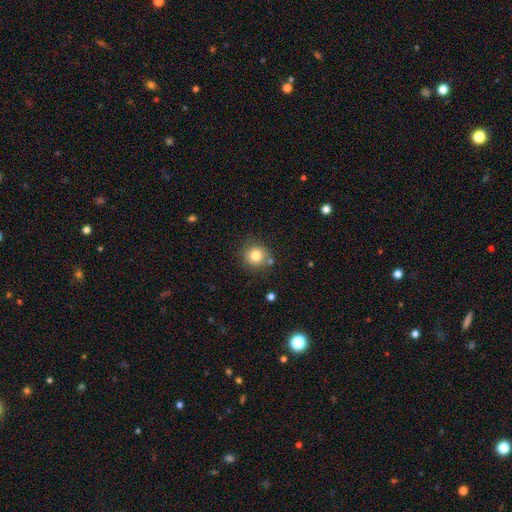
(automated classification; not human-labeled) smooth 80%, star or artifact 11%, featured or disk 8%. Down the decision tree: how rounded — round (92%); merging — none (80%).